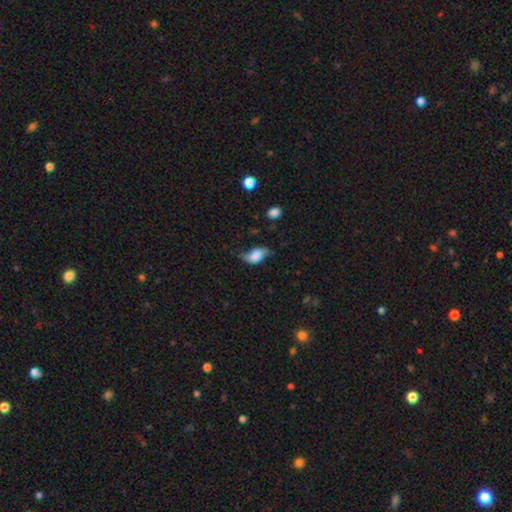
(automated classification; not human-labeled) The model was most divided on "merging": none: 47%, minor disturbance: 33%, major disturbance: 17%, merger: 3%. More confident: how rounded — in between (88%); smooth or featured — smooth (57%).